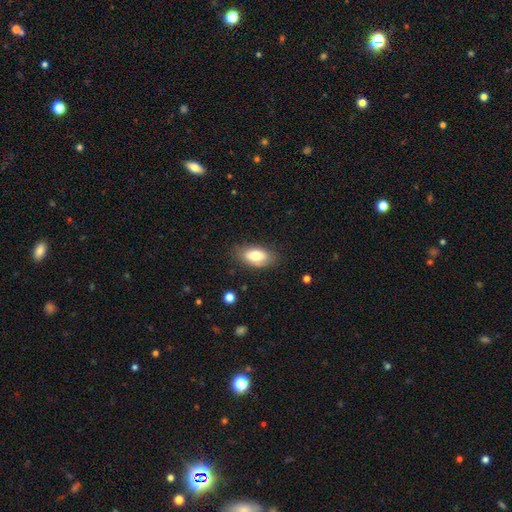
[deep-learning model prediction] smooth-or-featured: smooth: 74% | featured or disk: 19% | star or artifact: 7%
  how-rounded: in between: 91% | round: 5% | cigar-shaped: 5%
  merging: none: 80% | minor disturbance: 15% | major disturbance: 3% | merger: 1%